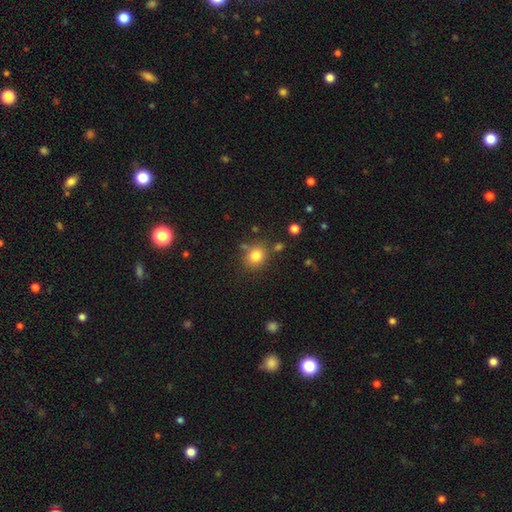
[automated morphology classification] smooth_or_featured: smooth (p=0.81) [alt: star or artifact p=0.12]
how_rounded: round (p=0.67) [alt: in between p=0.32]
merging: none (p=0.77) [alt: minor disturbance p=0.12]